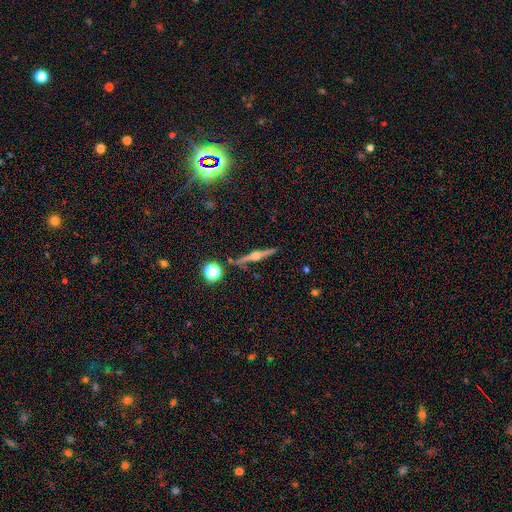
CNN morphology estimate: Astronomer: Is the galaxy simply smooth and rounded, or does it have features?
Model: featured or disk — 79%.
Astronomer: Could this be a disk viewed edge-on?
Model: yes — 98%.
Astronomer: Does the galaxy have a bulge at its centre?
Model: rounded — 91%.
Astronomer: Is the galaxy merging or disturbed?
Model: none — 88%.